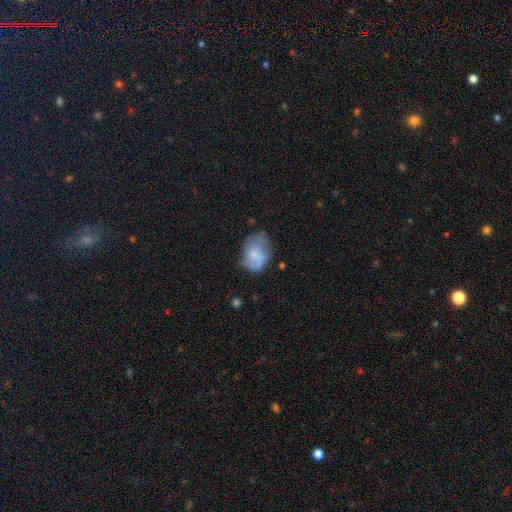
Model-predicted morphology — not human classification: Smooth or featured? Predicted: smooth (p=0.61). How rounded? Predicted: in between (p=0.72). Merging? Predicted: none (p=0.42).